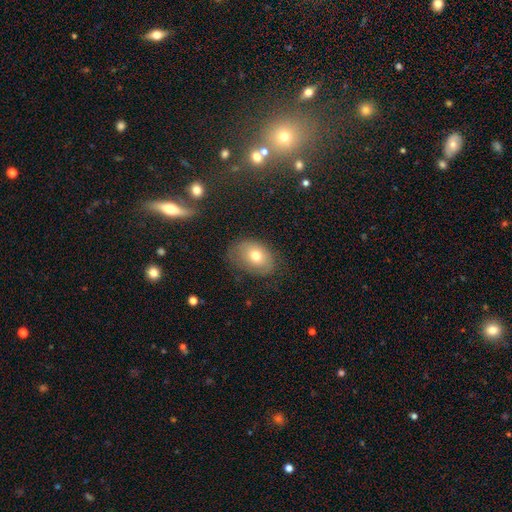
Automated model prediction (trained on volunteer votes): A smooth galaxy with no disk features (69%) that is in between round and cigar-shaped (79%).

Vote fractions:
- Smooth or featured? smooth: 69% / featured or disk: 21% / star or artifact: 10%
- How rounded? in between: 79% / round: 20% / cigar-shaped: 1%
- Merging? none: 69% / minor disturbance: 22% / major disturbance: 8% / merger: 1%